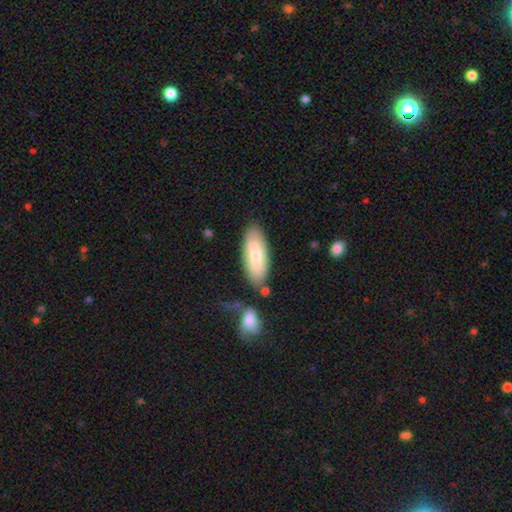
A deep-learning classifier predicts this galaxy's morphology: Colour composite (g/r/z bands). It shows a smooth galaxy with no disk features (71%) that is in between round and cigar-shaped (74%). Merging: none (77%).